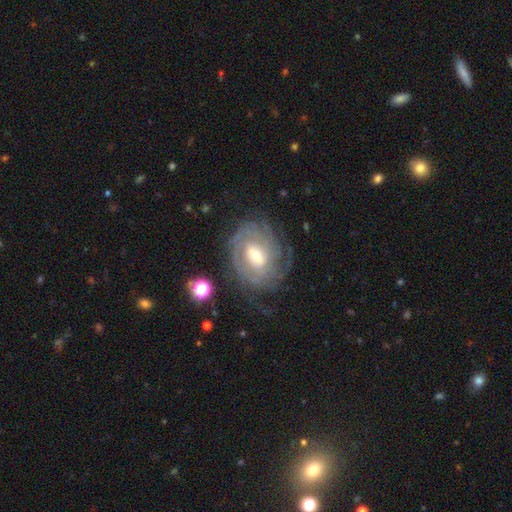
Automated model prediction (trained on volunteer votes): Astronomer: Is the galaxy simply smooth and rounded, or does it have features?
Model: featured or disk — 84%.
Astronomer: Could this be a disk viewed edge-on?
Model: no — 97%.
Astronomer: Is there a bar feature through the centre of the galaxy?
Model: weak — 47% (runner-up: no, 39%).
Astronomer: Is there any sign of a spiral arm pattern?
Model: yes — 93%.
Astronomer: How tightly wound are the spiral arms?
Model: tight — 65%.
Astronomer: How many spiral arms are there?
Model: can't tell — 43% (runner-up: 2, 20%).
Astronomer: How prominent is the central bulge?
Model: moderate — 53% (runner-up: small, 40%).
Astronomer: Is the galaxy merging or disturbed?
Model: none — 67%.